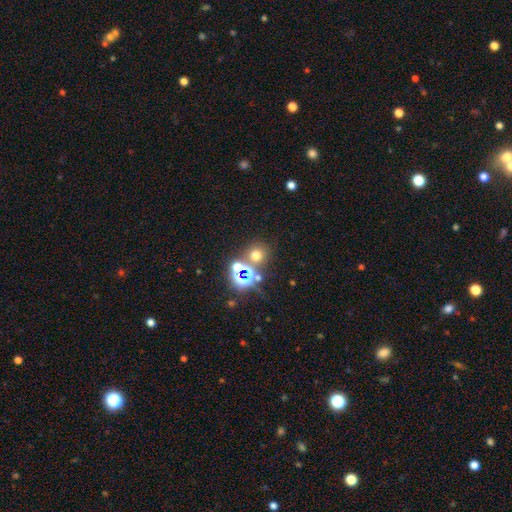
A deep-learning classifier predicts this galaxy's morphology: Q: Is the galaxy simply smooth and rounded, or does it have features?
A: smooth — 56%.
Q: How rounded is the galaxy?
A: round — 88%.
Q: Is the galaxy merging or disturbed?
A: none — 72%.